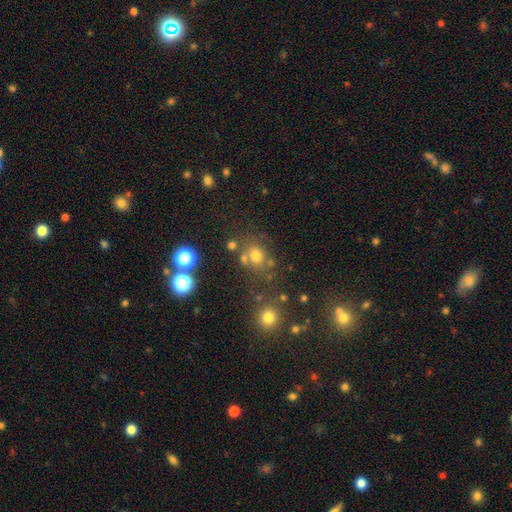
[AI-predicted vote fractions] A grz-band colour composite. It shows a smooth galaxy with no disk features (67%) that is round (69%). Merging: none (64%).